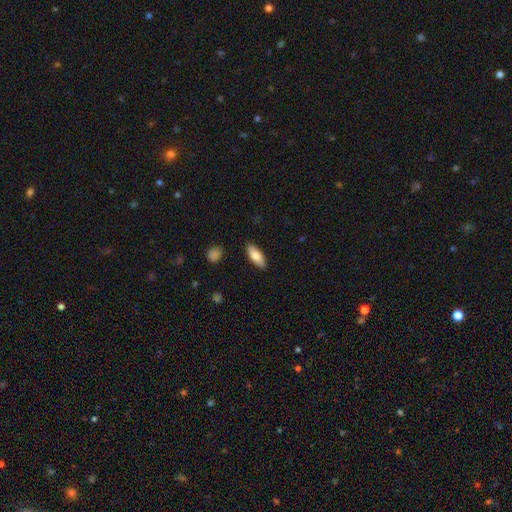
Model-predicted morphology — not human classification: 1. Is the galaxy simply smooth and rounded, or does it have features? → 81% smooth, 13% featured or disk, 6% star or artifact.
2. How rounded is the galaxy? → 74% in between, 24% cigar-shaped, 2% round.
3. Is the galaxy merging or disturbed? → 87% none, 10% minor disturbance, 2% major disturbance, 1% merger.